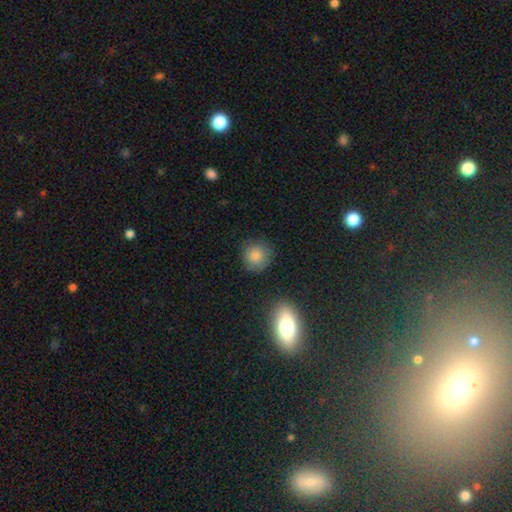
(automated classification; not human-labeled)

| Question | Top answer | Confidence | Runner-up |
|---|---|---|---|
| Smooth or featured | smooth | 84% | star or artifact (11%) |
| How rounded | round | 91% | in between (8%) |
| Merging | none | 83% | minor disturbance (11%) |